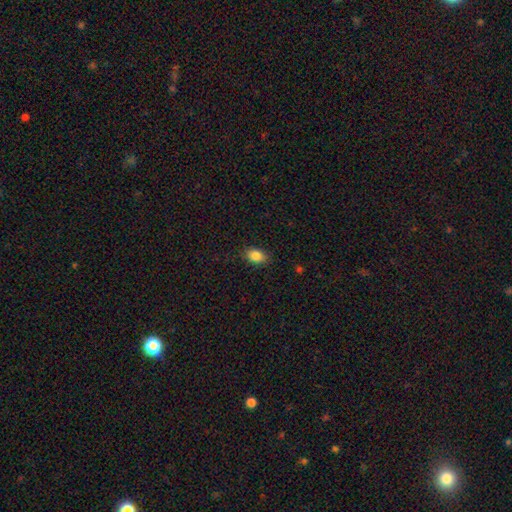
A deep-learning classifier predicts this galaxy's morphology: A smooth galaxy with no disk features (85%) that is in between round and cigar-shaped (79%). Merging: none (86%).